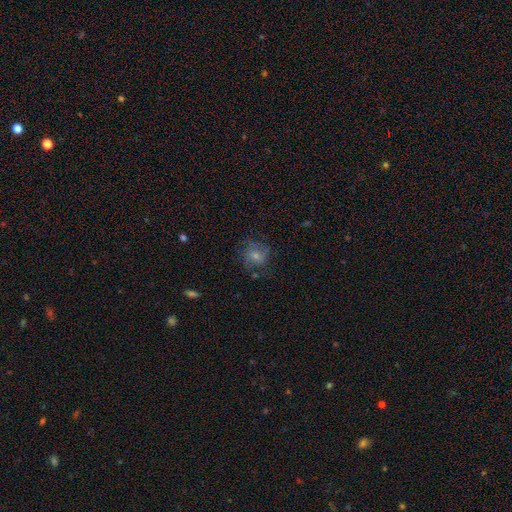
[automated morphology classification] smooth-or-featured: featured or disk: 47% | smooth: 33% | star or artifact: 20%
  merging: none: 72% | minor disturbance: 17% | major disturbance: 10% | merger: 2%